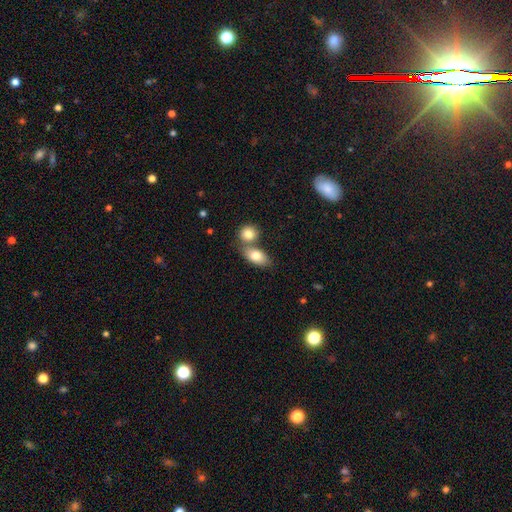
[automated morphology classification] This is likely a smooth galaxy (80%). How rounded: clearly in between (84%). Merging: possibly merger (51%).